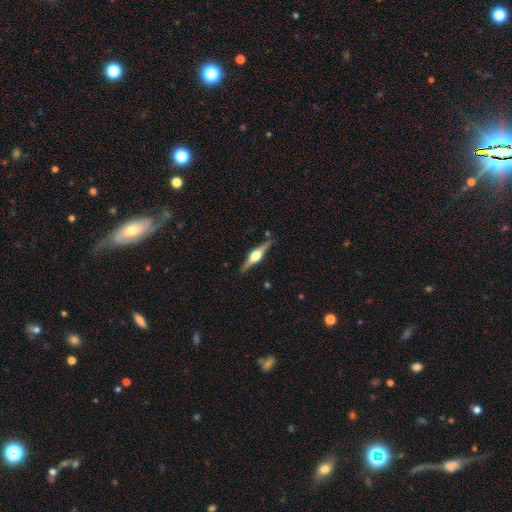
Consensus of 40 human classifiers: Volunteers were most divided on "smooth or featured": featured or disk: 80%, smooth: 12%, star or artifact: 8%. More confident: edge-on disk — yes (97%); edge-on bulge — rounded (87%); merging — none (86%).